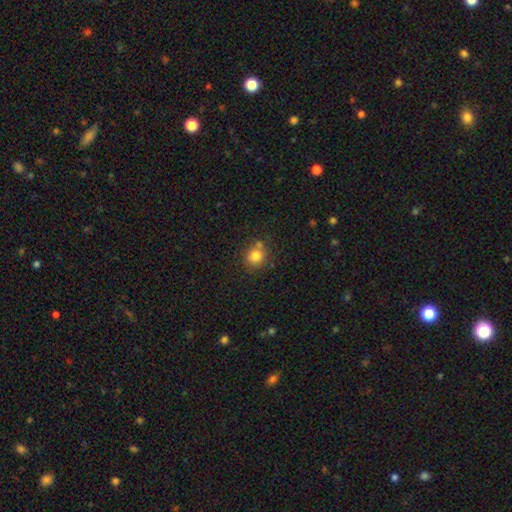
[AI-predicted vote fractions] A smooth galaxy with no disk features (81%) that is round (83%). Merging: none (67%).